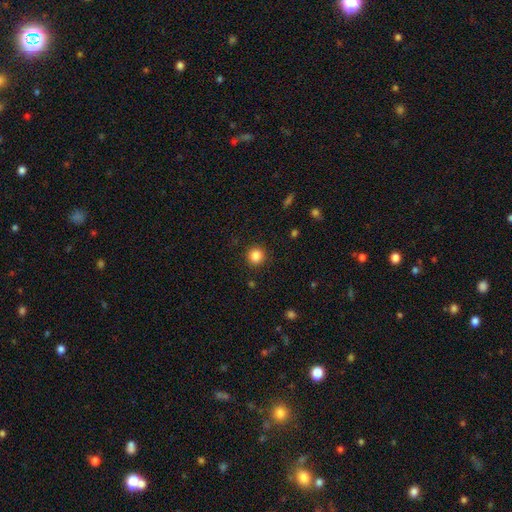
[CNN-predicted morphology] Smooth or featured: smooth — 86% (star or artifact — 11%)
How rounded: round — 93% (in between — 6%)
Merging: none — 91% (minor disturbance — 5%)